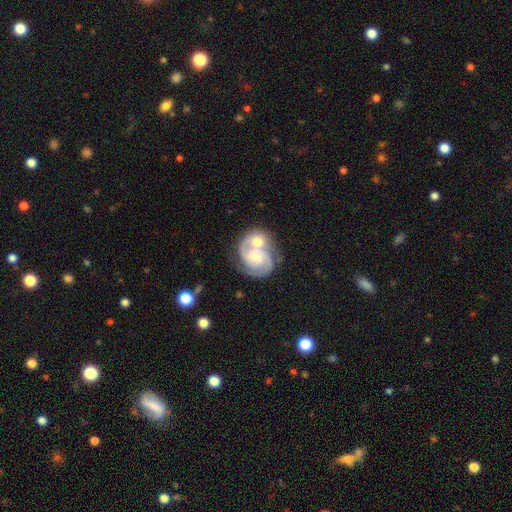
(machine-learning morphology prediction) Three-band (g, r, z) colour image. It shows a featured or disk galaxy (80%) with no bar (60%), 2 (81%) medium (47%) spiral arms (94%) and a small central bulge (44%). Merging: merger (54%).